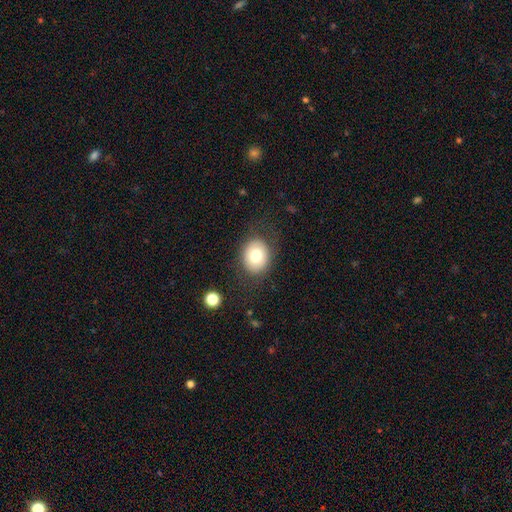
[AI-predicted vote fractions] Smooth or featured?
  - smooth: 75% *
  - featured or disk: 16%
  - star or artifact: 9%
How rounded?
  - round: 56% *
  - in between: 43%
  - cigar-shaped: 1%
Merging?
  - none: 81% *
  - minor disturbance: 12%
  - major disturbance: 6%
  - merger: 1%